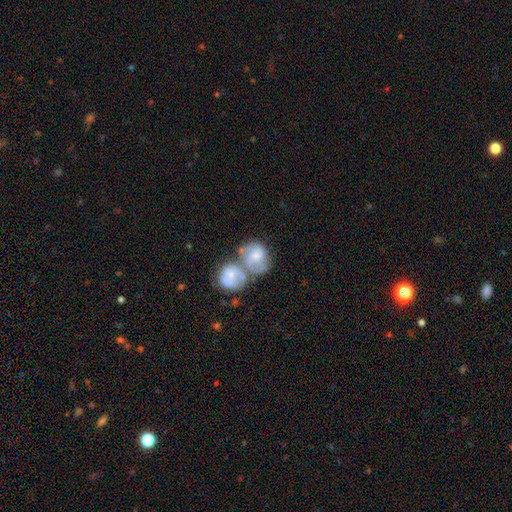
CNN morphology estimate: Smooth or featured: featured or disk — 57% (smooth — 36%)
Edge-on disk: no — 97% (yes — 3%)
Bar: no — 68% (weak — 27%)
Spiral arms: yes — 78% (no — 22%)
Bulge size: small — 39% (moderate — 36%)
Merging: merger — 65% (none — 17%)